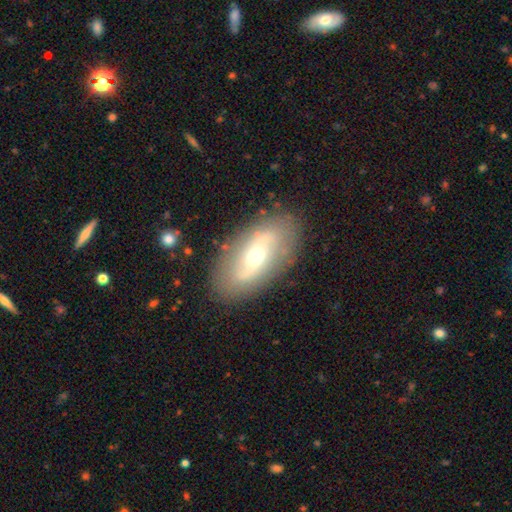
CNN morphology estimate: smooth_or_featured: featured or disk (p=0.62) [alt: smooth p=0.30]
disk_edge_on: no (p=0.87) [alt: yes p=0.13]
bar: weak (p=0.39) [alt: no p=0.35]
has_spiral_arms: yes (p=0.58) [alt: no p=0.42]
bulge_size: moderate (p=0.60) [alt: small p=0.33]
merging: none (p=0.85) [alt: minor disturbance p=0.10]